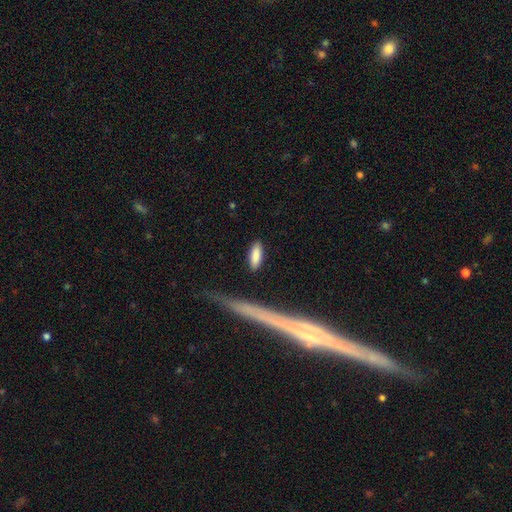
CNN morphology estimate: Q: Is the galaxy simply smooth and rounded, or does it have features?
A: smooth — 85%.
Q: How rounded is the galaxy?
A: in between — 63%.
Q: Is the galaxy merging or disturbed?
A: none — 83%.